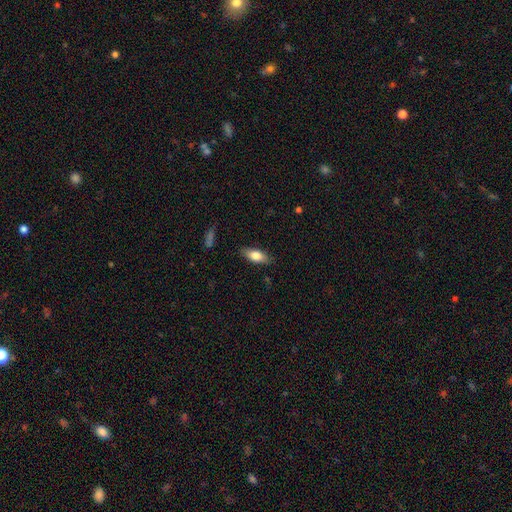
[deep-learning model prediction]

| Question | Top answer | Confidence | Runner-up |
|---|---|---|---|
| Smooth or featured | smooth | 75% | featured or disk (18%) |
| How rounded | in between | 77% | cigar-shaped (21%) |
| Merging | none | 82% | minor disturbance (13%) |